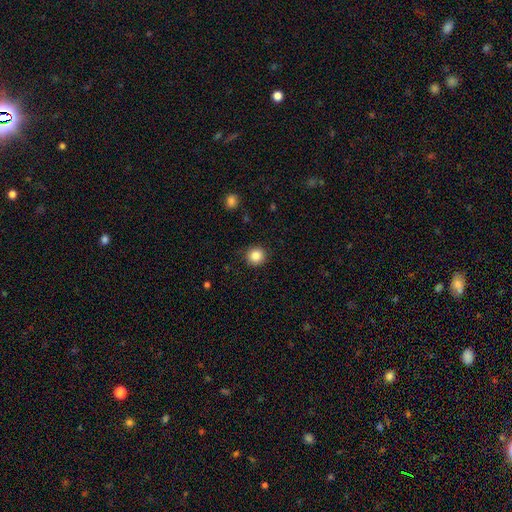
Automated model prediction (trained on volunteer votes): Smooth or featured? Predicted: smooth (p=0.85). How rounded? Predicted: round (p=0.92). Merging? Predicted: none (p=0.90).